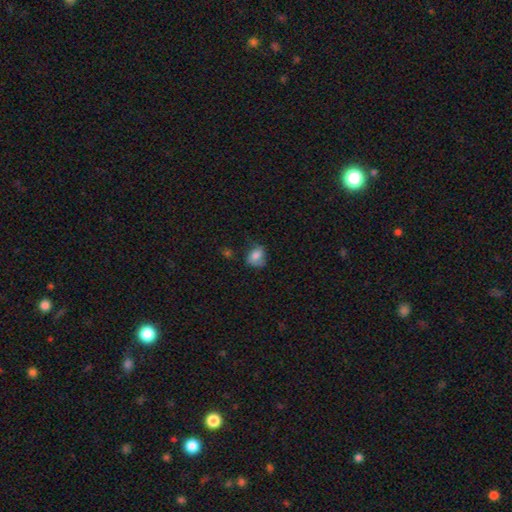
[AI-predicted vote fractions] Smooth or featured? Predicted: smooth (p=0.69). How rounded? Predicted: in between (p=0.60). Merging? Predicted: none (p=0.46).